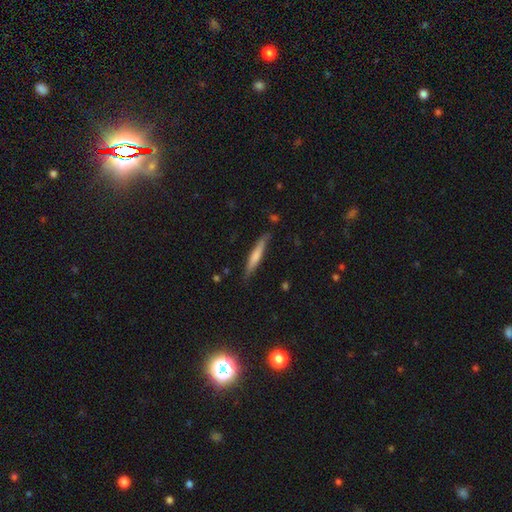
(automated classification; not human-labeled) Q: Smooth or featured?
A: smooth (66%); runner-up: featured or disk (29%)
Q: How rounded?
A: cigar-shaped (92%); runner-up: in between (6%)
Q: Merging?
A: none (80%); runner-up: minor disturbance (16%)